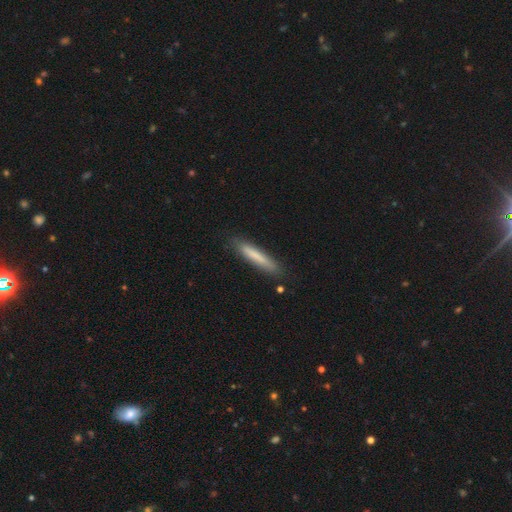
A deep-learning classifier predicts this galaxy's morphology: smooth 75%, featured or disk 19%, star or artifact 6%. Down the decision tree: how rounded — cigar-shaped (93%); merging — none (84%).